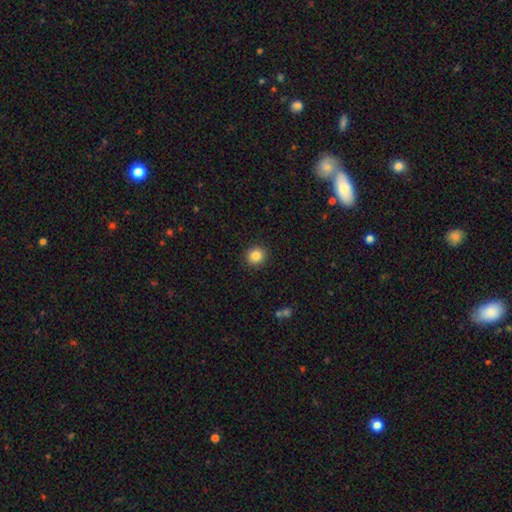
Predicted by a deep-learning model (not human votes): A smooth galaxy with no disk features (86%) that is round (88%). Merging: none (91%).